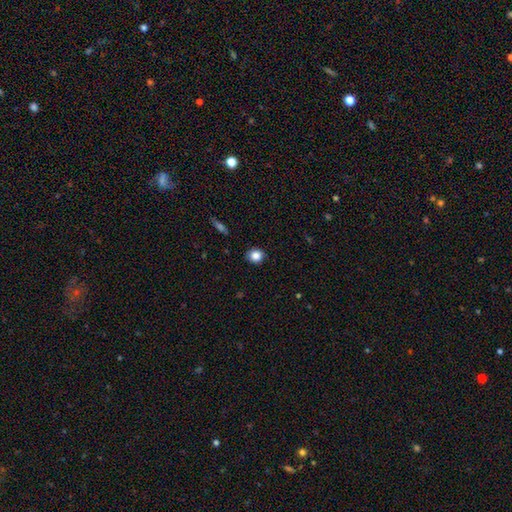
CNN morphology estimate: Smooth or featured? smooth (84%)
How rounded? round (81%)
Merging? none (87%)